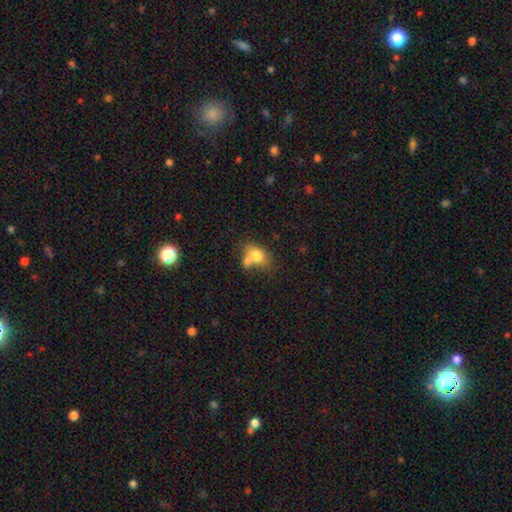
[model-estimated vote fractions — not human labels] Smooth or featured? Predicted: smooth (p=0.76). How rounded? Predicted: in between (p=0.75). Merging? Predicted: merger (p=0.47).